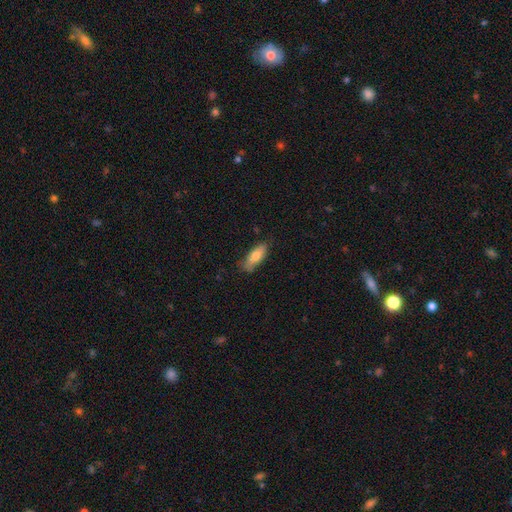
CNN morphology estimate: A smooth galaxy with no disk features (75%) that is in between round and cigar-shaped (70%).

Vote fractions:
- Smooth or featured? smooth: 75% / featured or disk: 19% / star or artifact: 6%
- How rounded? in between: 70% / cigar-shaped: 28% / round: 2%
- Merging? none: 74% / minor disturbance: 21% / major disturbance: 3% / merger: 2%